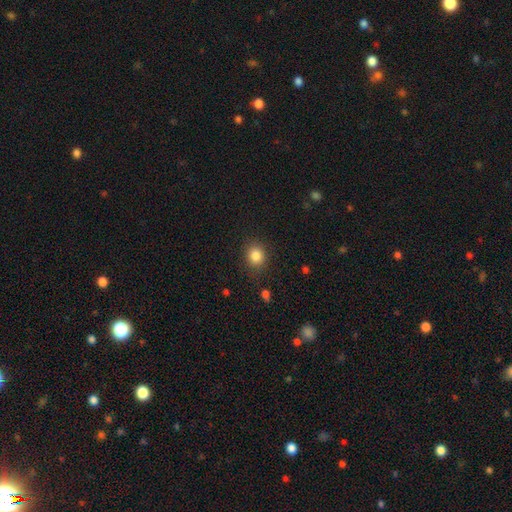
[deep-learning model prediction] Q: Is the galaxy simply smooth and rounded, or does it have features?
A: smooth — 84%.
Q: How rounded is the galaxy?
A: round — 77%.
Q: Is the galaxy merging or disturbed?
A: none — 85%.